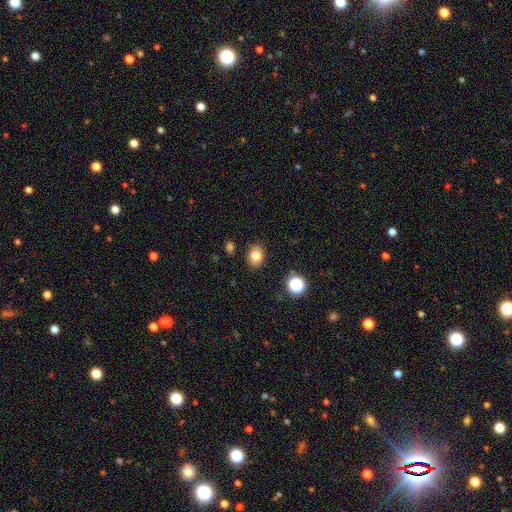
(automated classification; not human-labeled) This appears to be a smooth galaxy with no disk features (81%) that is in between round and cigar-shaped (57%). Merging: none (87%).